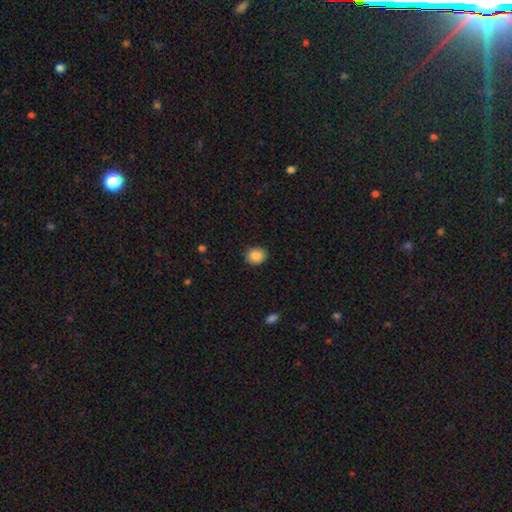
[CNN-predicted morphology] smooth 87%, star or artifact 9%, featured or disk 5%. Down the decision tree: how rounded — round (62%); merging — none (89%).